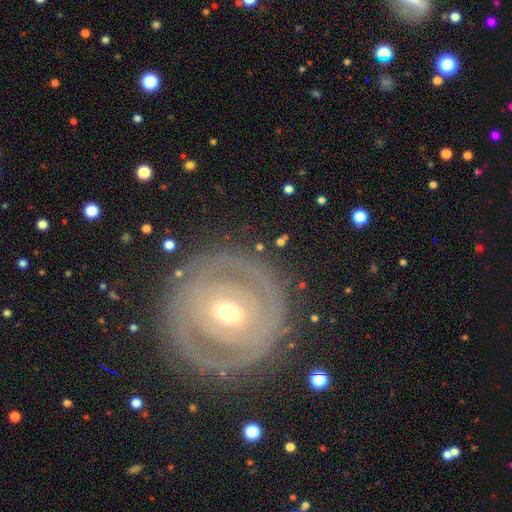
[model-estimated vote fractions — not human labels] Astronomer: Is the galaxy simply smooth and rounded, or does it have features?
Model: featured or disk — 76%.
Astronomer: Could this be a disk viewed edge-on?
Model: no — 95%.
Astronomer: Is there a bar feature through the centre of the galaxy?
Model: no — 48% (runner-up: weak, 34%).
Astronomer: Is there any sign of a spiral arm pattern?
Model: yes — 70%.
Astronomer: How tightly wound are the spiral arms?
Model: tight — 80%.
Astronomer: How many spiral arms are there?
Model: can't tell — 40% (runner-up: 2, 31%).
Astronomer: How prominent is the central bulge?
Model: moderate — 55% (runner-up: small, 39%).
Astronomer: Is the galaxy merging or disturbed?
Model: none — 82%.